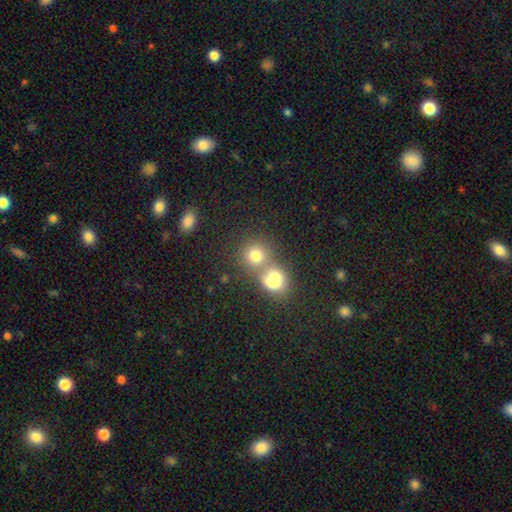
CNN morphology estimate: smooth 74%, star or artifact 15%, featured or disk 12%. Down the decision tree: how rounded — round (84%); merging — none (47%).